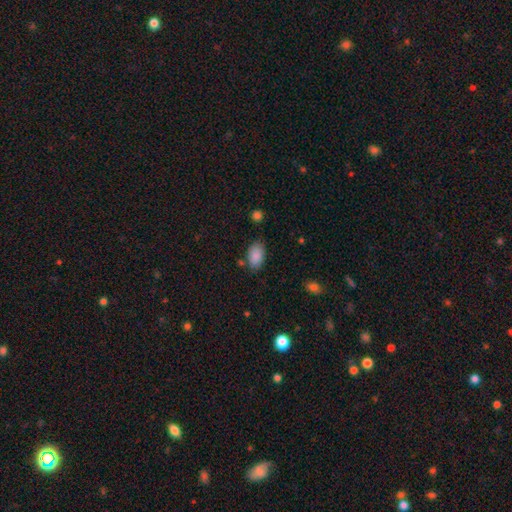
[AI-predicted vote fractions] The model was most divided on "merging": none: 77%, minor disturbance: 15%, merger: 4%, major disturbance: 4%. More confident: how rounded — in between (92%); smooth or featured — smooth (88%).